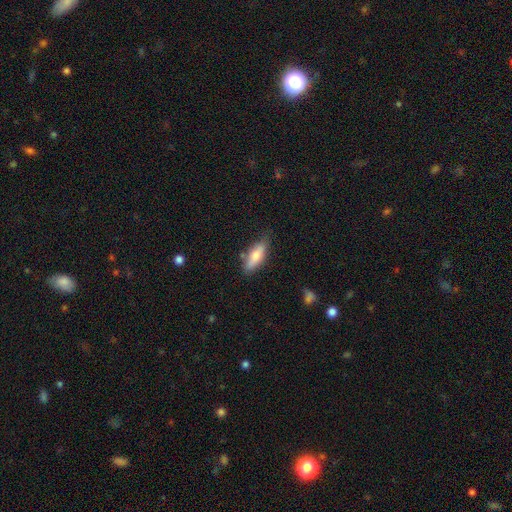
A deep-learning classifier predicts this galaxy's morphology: The model was most divided on "how rounded": in between: 59%, cigar-shaped: 39%, round: 2%. More confident: merging — none (74%); smooth or featured — smooth (71%).